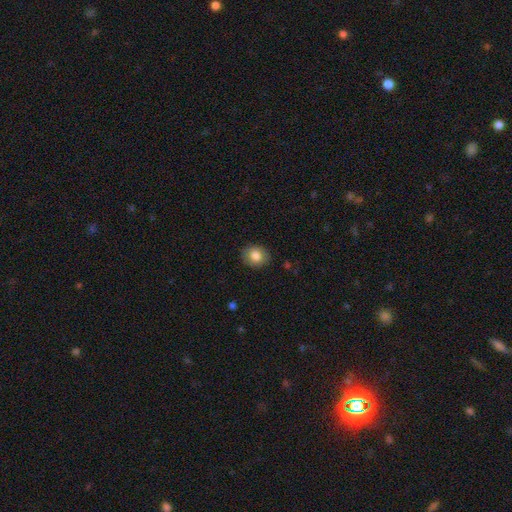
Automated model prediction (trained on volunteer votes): Morphology: type=smooth (83%); roundness=round (65%); merging=none (88%).